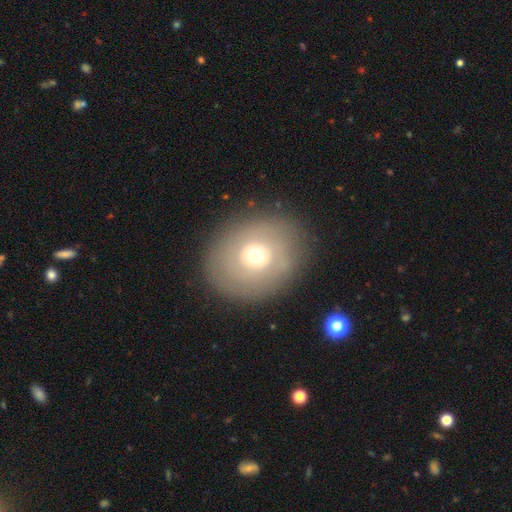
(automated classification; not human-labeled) smooth-or-featured: smooth: 53% | featured or disk: 36% | star or artifact: 11%
  how-rounded: round: 62% | in between: 37% | cigar-shaped: 1%
  merging: none: 83% | minor disturbance: 10% | major disturbance: 5% | merger: 1%